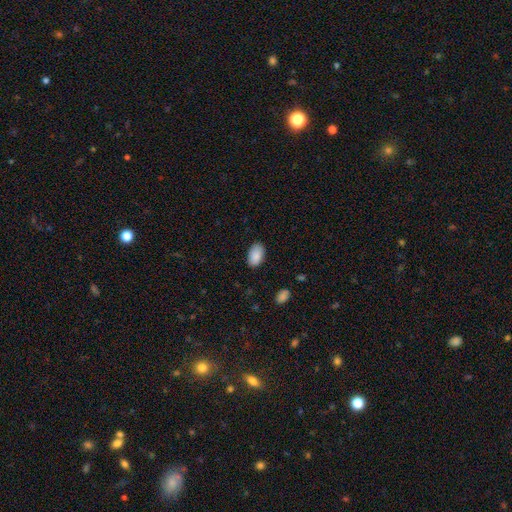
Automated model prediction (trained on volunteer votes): The model was most divided on "merging": none: 86%, minor disturbance: 11%, major disturbance: 2%, merger: 1%. More confident: how rounded — in between (94%); smooth or featured — smooth (89%).